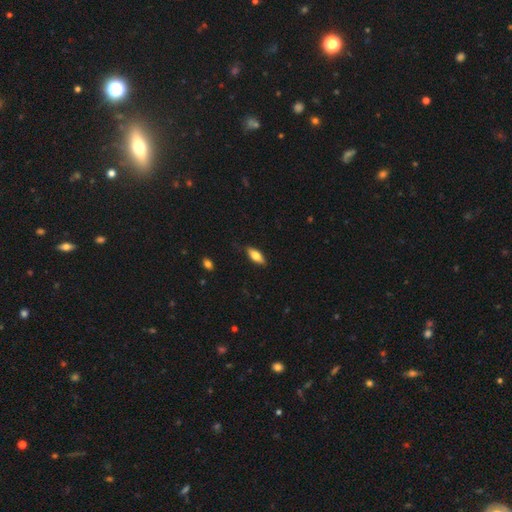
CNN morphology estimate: smooth_or_featured: smooth (p=0.63) [alt: featured or disk p=0.31]
how_rounded: in between (p=0.69) [alt: cigar-shaped p=0.28]
merging: none (p=0.83) [alt: minor disturbance p=0.13]